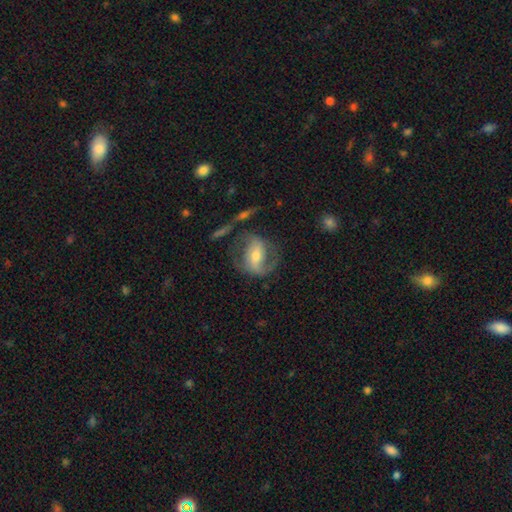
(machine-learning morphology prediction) featured or disk 77%, smooth 16%, star or artifact 6%. Down the decision tree: edge-on disk — no (95%); bar — strong (45%); spiral arms — yes (88%); spiral arm count — 2 (81%); spiral winding — medium (48%); bulge size — moderate (54%); merging — none (59%).